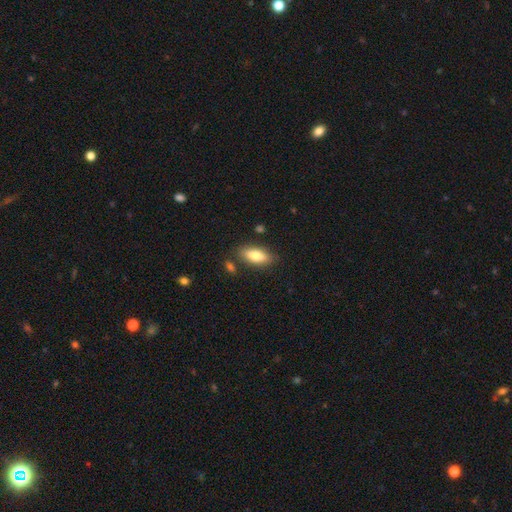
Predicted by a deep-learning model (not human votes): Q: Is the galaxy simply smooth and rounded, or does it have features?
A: smooth — 77%.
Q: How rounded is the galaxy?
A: in between — 78%.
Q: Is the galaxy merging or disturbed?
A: none — 82%.